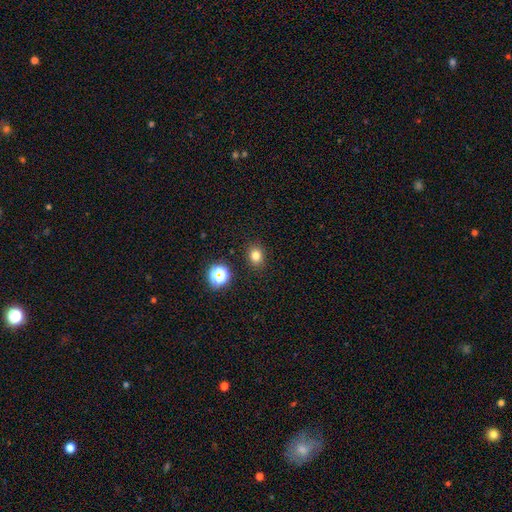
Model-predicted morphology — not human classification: This is likely a smooth galaxy (78%). How rounded: likely round (61%). Merging: clearly none (88%).